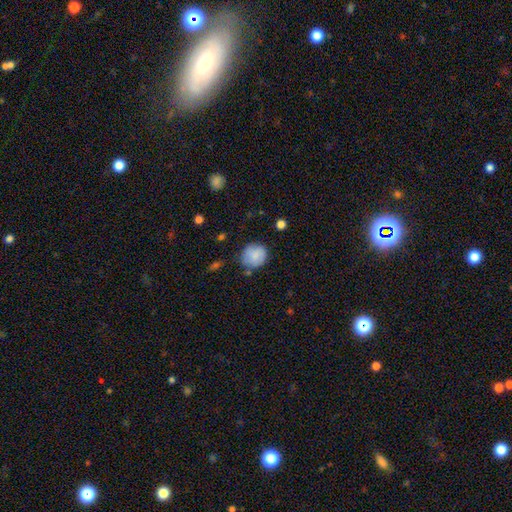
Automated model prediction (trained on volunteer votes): smooth_or_featured: smooth (p=0.82) [alt: featured or disk p=0.11]
how_rounded: round (p=0.80) [alt: in between p=0.19]
merging: none (p=0.69) [alt: minor disturbance p=0.22]